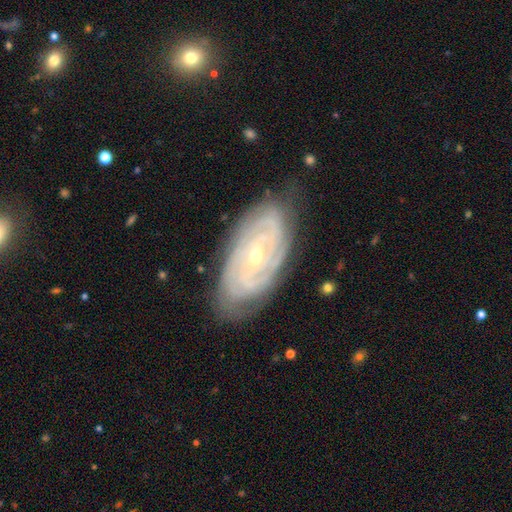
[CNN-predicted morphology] type=featured or disk (86%); edge-on=no (94%); bar=no (41%); spiral arms=yes (95%); winding=tight (78%); arm count=can't tell (34%); bulge=small (70%); merging=none (78%).